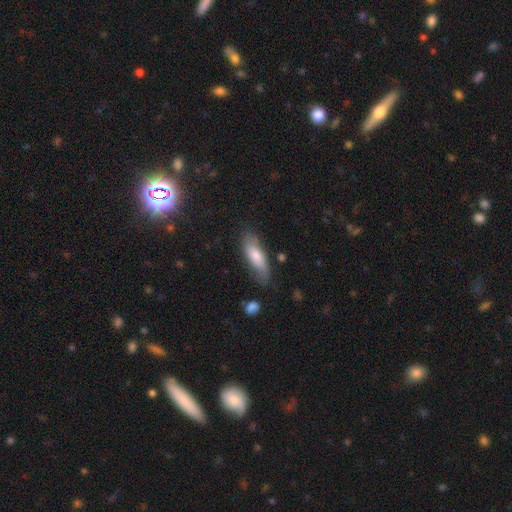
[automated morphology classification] type=smooth (70%); roundness=in between (53%); merging=none (71%).